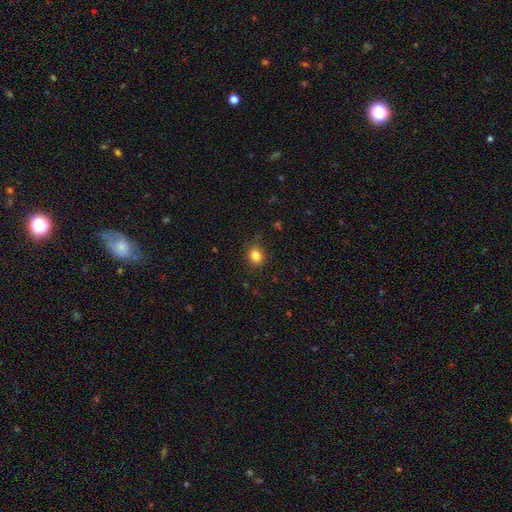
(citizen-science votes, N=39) Smooth or featured? smooth (85%)
How rounded? round (64%)
Merging? none (89%)